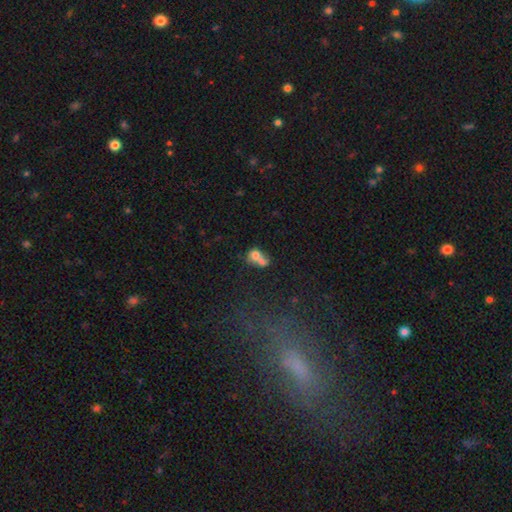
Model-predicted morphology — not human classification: Smooth or featured: smooth — 66% (featured or disk — 23%)
How rounded: round — 57% (in between — 42%)
Merging: merger — 68% (none — 19%)